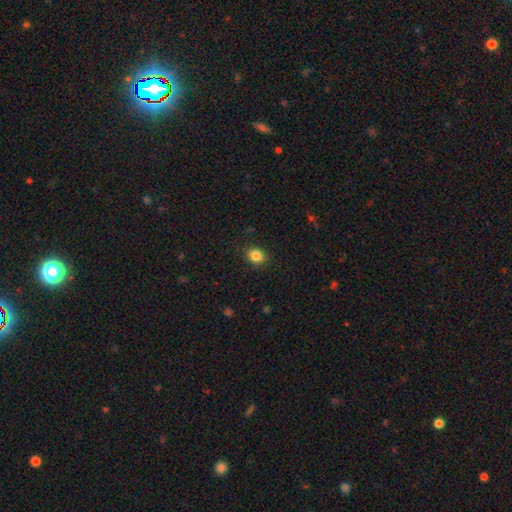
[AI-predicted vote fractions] The model was most divided on "how rounded": round: 56%, in between: 43%, cigar-shaped: 1%. More confident: merging — none (87%); smooth or featured — smooth (85%).